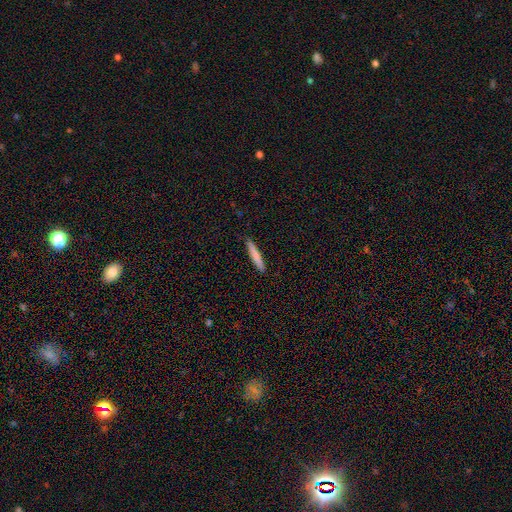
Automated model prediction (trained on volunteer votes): smooth_or_featured: smooth (p=0.79) [alt: featured or disk p=0.16]
how_rounded: cigar-shaped (p=0.95) [alt: in between p=0.04]
merging: none (p=0.91) [alt: minor disturbance p=0.07]